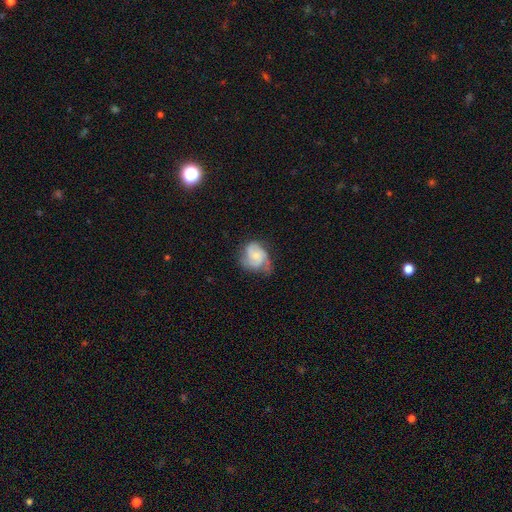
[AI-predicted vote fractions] smooth_or_featured: featured or disk (p=0.64) [alt: smooth p=0.29]
disk_edge_on: no (p=0.98) [alt: yes p=0.02]
bar: no (p=0.72) [alt: weak p=0.25]
has_spiral_arms: yes (p=0.91) [alt: no p=0.09]
spiral_winding: medium (p=0.46) [alt: tight p=0.37]
spiral_arm_count: 3 (p=0.46) [alt: 2 p=0.26]
bulge_size: small (p=0.56) [alt: moderate p=0.27]
merging: none (p=0.51) [alt: minor disturbance p=0.31]